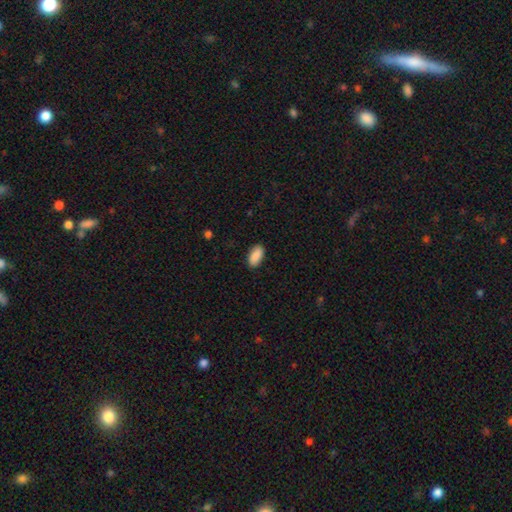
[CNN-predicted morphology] Overall: smooth (90%). How rounded: in between (93%). Merging: none (88%).